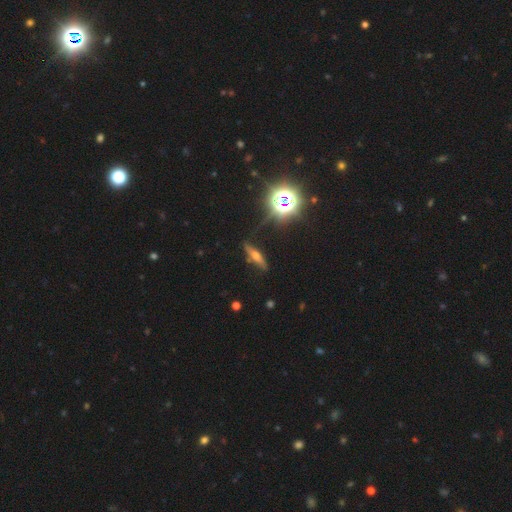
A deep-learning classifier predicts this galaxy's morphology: Smooth or featured? Predicted: featured or disk (p=0.45). Merging? Predicted: none (p=0.76).